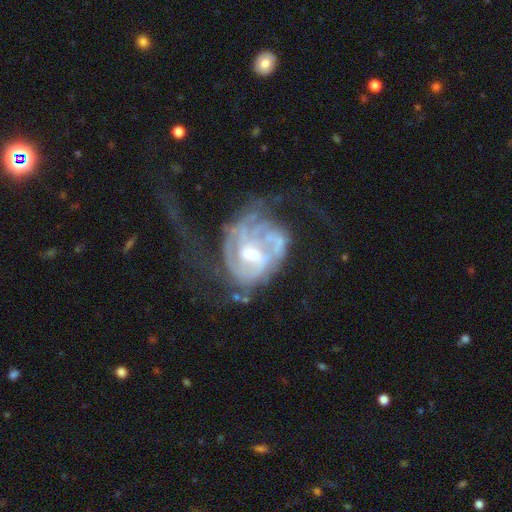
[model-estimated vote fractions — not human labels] smooth_or_featured: featured or disk (p=0.86) [alt: smooth p=0.07]
disk_edge_on: no (p=0.97) [alt: yes p=0.03]
bar: weak (p=0.49) [alt: no p=0.31]
has_spiral_arms: yes (p=0.88) [alt: no p=0.12]
spiral_winding: tight (p=0.43) [alt: medium p=0.36]
spiral_arm_count: can't tell (p=0.36) [alt: 2 p=0.29]
bulge_size: moderate (p=0.64) [alt: small p=0.27]
merging: major disturbance (p=0.46) [alt: none p=0.31]